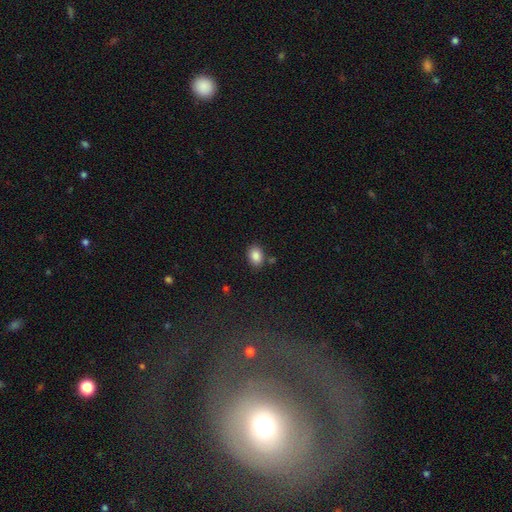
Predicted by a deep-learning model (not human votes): This appears to be a smooth galaxy with no disk features (87%) that is in between round and cigar-shaped (74%). Merging: none (80%).